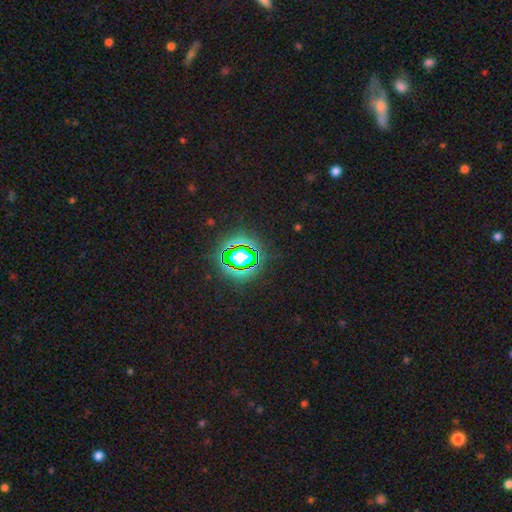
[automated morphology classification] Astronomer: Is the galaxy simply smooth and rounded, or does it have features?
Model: star or artifact — 81%.